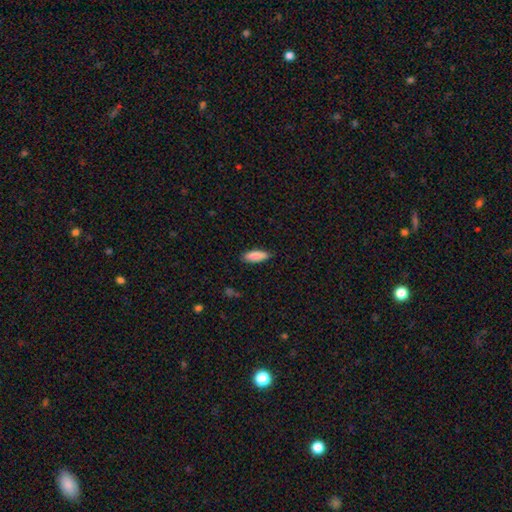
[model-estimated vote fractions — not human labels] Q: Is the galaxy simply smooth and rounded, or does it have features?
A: smooth — 88%.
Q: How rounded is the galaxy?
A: in between — 64%.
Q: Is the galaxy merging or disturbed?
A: none — 85%.